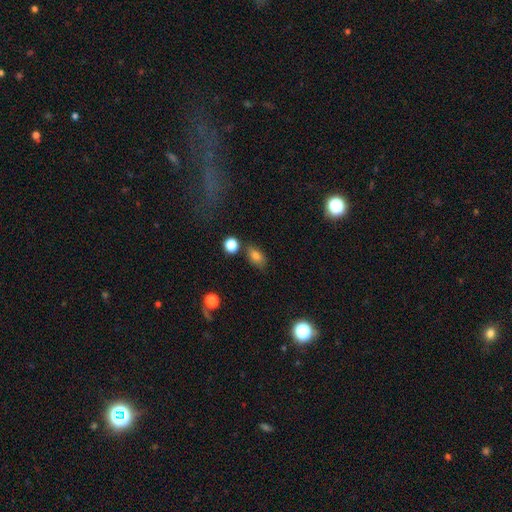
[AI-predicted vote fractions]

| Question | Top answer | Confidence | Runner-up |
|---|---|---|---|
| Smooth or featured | smooth | 79% | star or artifact (11%) |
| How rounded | in between | 81% | round (15%) |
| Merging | none | 74% | minor disturbance (16%) |